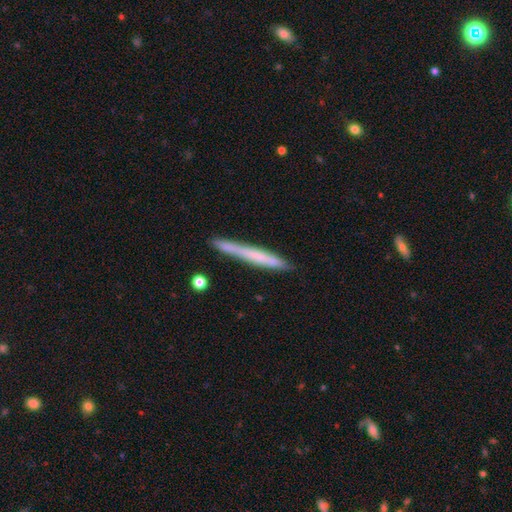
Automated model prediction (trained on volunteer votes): smooth_or_featured: smooth (p=0.56) [alt: featured or disk p=0.38]
how_rounded: cigar-shaped (p=0.97) [alt: in between p=0.02]
merging: none (p=0.84) [alt: minor disturbance p=0.12]